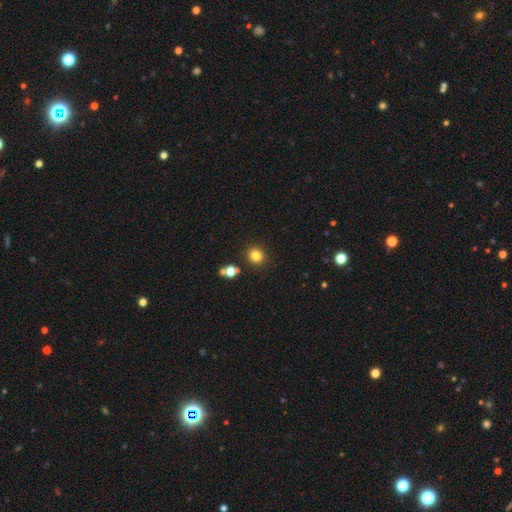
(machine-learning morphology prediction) This is likely a smooth galaxy (80%). How rounded: clearly round (88%). Merging: clearly none (87%).